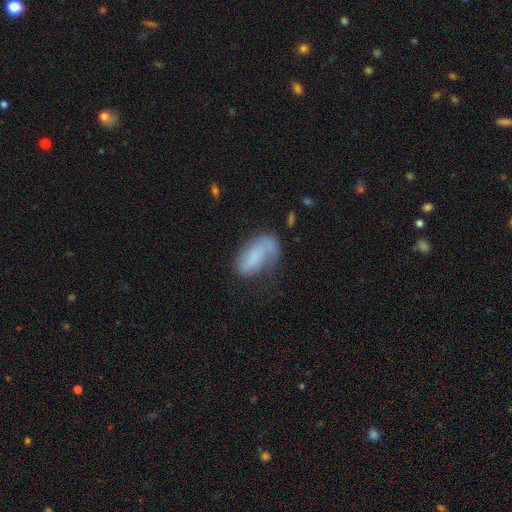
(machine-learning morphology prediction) Smooth or featured? smooth (57%)
How rounded? in between (90%)
Merging? none (39%)